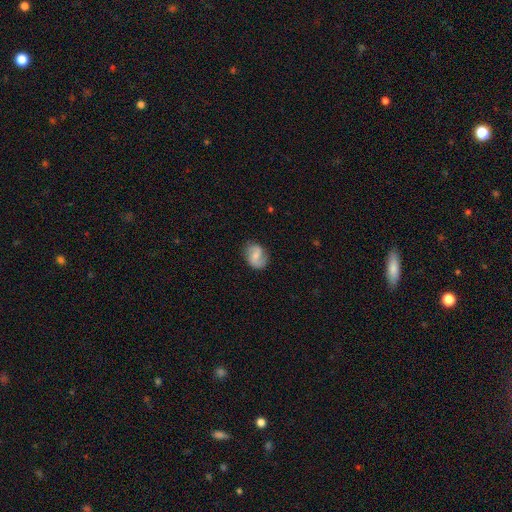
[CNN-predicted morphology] type=featured or disk (58%); edge-on=no (97%); bar=weak (49%); spiral arms=yes (88%); bulge=small (50%); merging=none (77%).